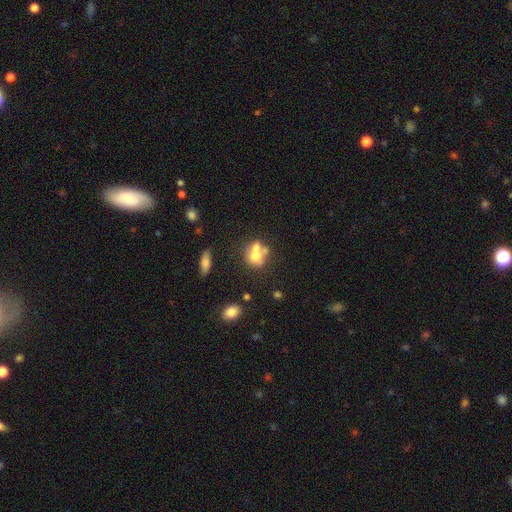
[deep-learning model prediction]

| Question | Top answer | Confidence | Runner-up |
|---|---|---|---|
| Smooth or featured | smooth | 61% | featured or disk (28%) |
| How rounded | round | 65% | in between (34%) |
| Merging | merger | 52% | none (32%) |